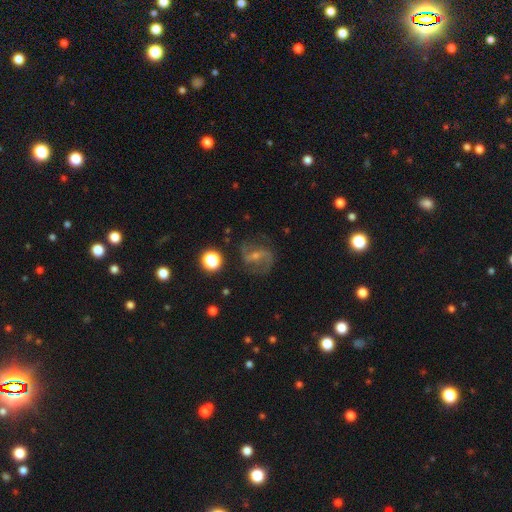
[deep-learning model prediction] Smooth or featured? Predicted: featured or disk (p=0.77). Edge-on disk? Predicted: no (p=0.97). Bar? Predicted: weak (p=0.46). Spiral arms? Predicted: yes (p=0.93). Spiral winding? Predicted: medium (p=0.47). Spiral arm count? Predicted: 2 (p=0.81). Bulge size? Predicted: small (p=0.62). Merging? Predicted: none (p=0.77).